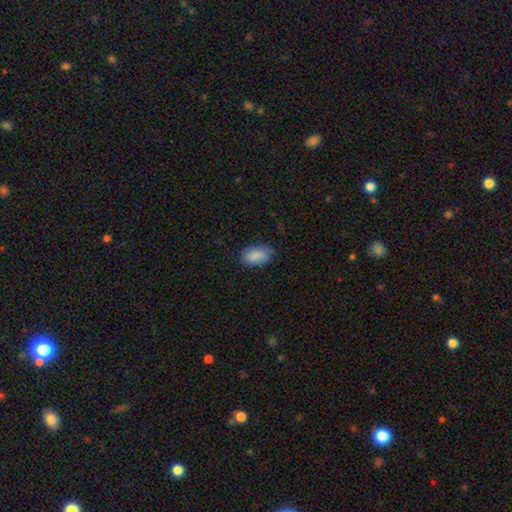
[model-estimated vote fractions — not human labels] Smooth or featured: smooth — 88% (star or artifact — 7%)
How rounded: in between — 91% (round — 7%)
Merging: none — 77% (minor disturbance — 18%)